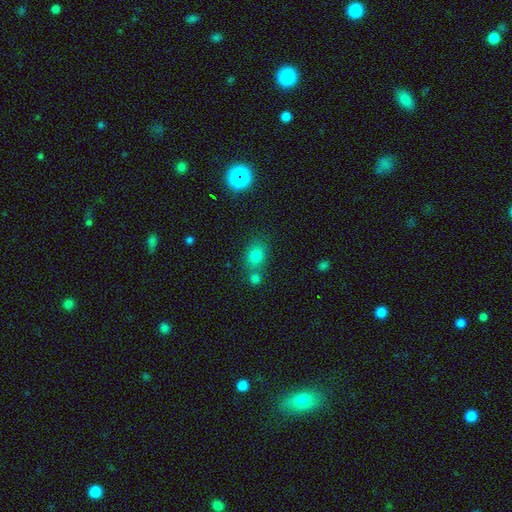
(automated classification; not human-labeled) smooth 74%, star or artifact 17%, featured or disk 9%. Down the decision tree: how rounded — round (54%); merging — none (60%).